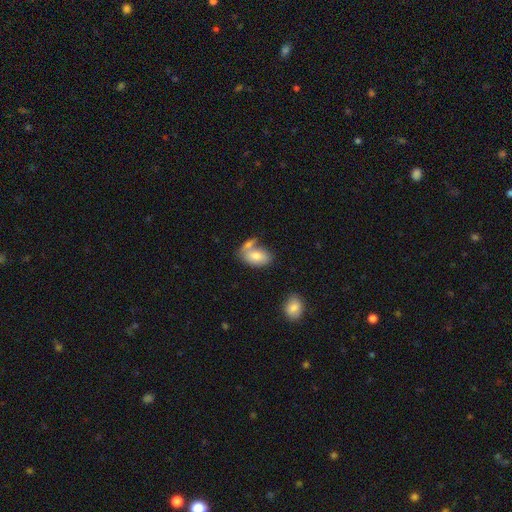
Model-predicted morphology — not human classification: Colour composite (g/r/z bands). It shows a smooth galaxy with no disk features (77%) that is in between round and cigar-shaped (92%). Merging: none (42%).